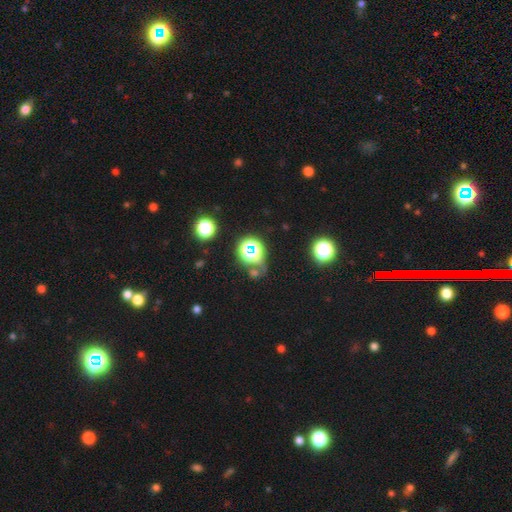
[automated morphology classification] star or artifact 56%, smooth 32%, featured or disk 11%.